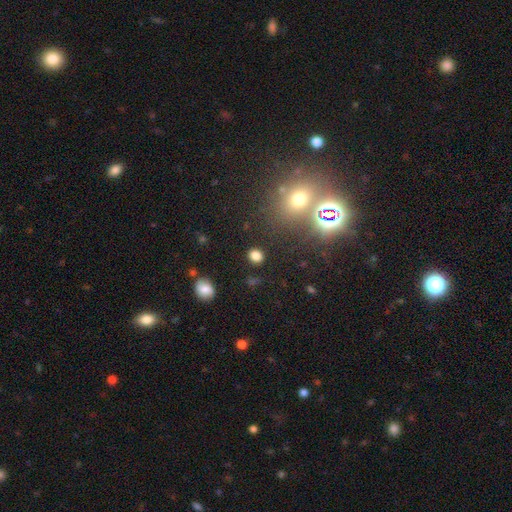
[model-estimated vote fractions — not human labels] A smooth galaxy with no disk features (81%) that is round (67%). Merging: none (87%).